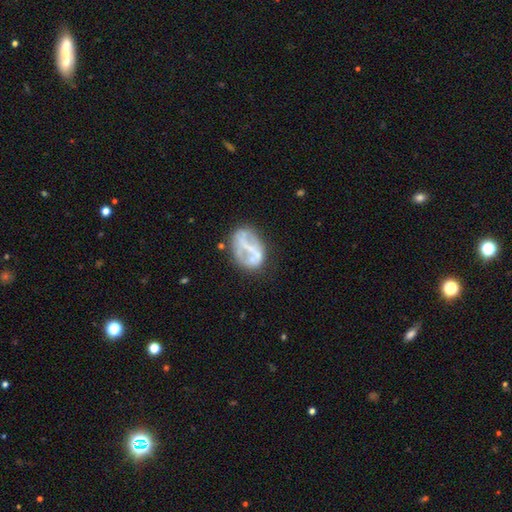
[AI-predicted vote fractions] Smooth or featured? featured or disk (60%)
Edge-on disk? no (97%)
Bar? no (45%)
Spiral arms? no (76%)
Bulge size? none (59%)
Merging? none (44%)